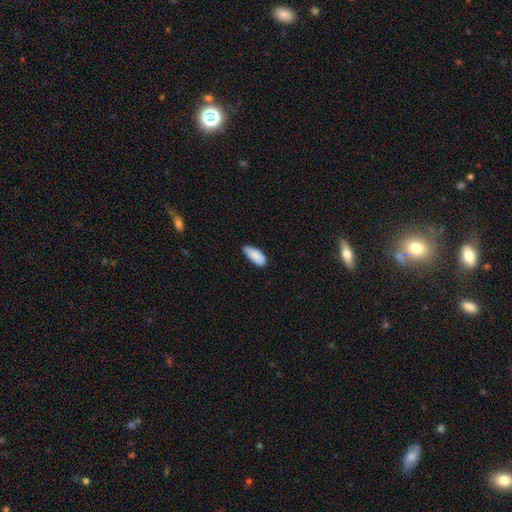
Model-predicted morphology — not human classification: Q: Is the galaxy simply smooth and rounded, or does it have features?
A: smooth — 86%.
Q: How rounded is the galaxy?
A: in between — 84%.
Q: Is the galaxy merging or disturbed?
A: none — 59%.